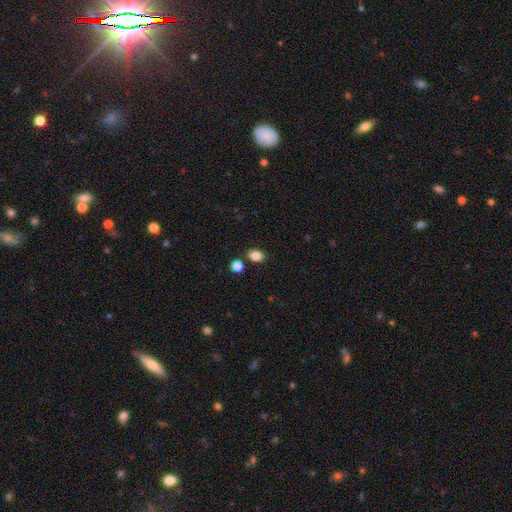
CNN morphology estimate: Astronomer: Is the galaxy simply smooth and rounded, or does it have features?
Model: smooth — 85%.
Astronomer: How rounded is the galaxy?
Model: in between — 57% (runner-up: round, 42%).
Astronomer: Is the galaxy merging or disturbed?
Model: none — 80%.